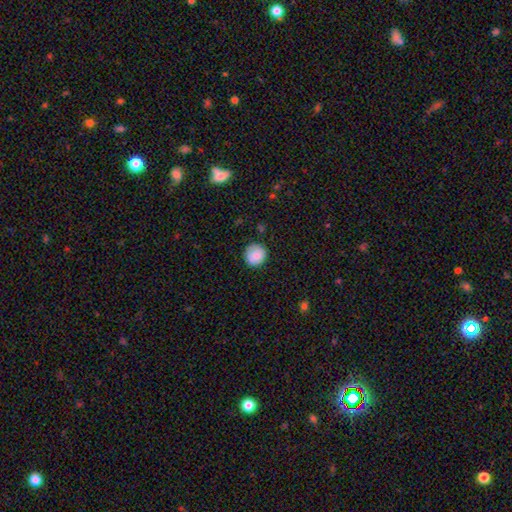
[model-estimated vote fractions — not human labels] smooth_or_featured: smooth (p=0.85) [alt: star or artifact p=0.08]
how_rounded: round (p=0.92) [alt: in between p=0.07]
merging: none (p=0.85) [alt: minor disturbance p=0.12]